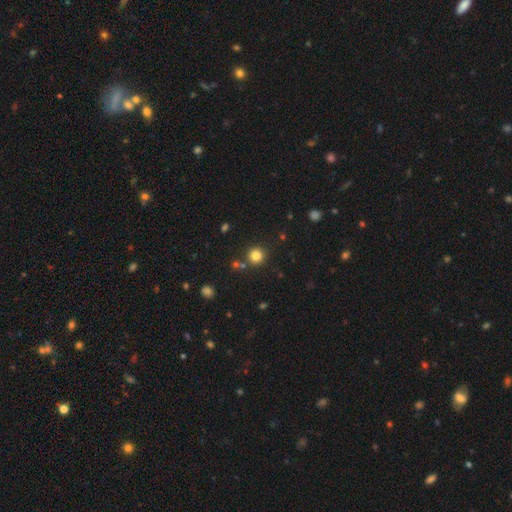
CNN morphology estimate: smooth_or_featured: smooth (p=0.81) [alt: star or artifact p=0.13]
how_rounded: round (p=0.94) [alt: in between p=0.05]
merging: none (p=0.85) [alt: minor disturbance p=0.07]